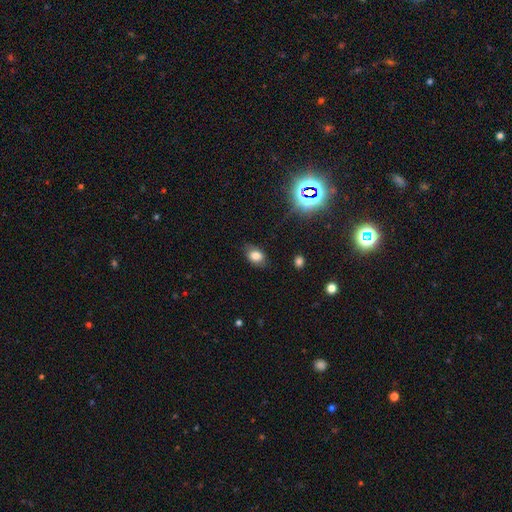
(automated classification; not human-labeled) The model was most divided on "how rounded": in between: 78%, round: 20%, cigar-shaped: 1%. More confident: merging — none (77%); smooth or featured — smooth (76%).